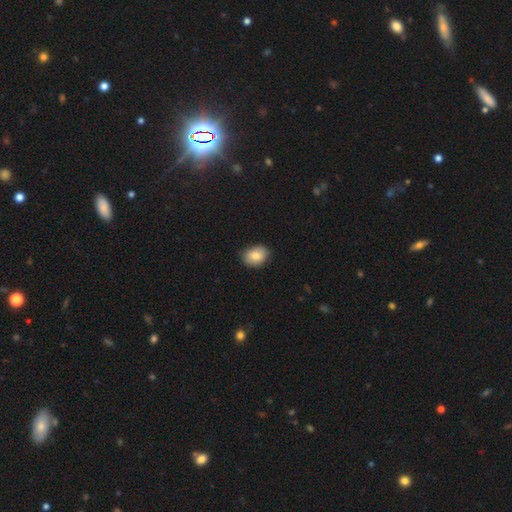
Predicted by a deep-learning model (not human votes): Smooth or featured? smooth (83%)
How rounded? in between (63%)
Merging? none (87%)